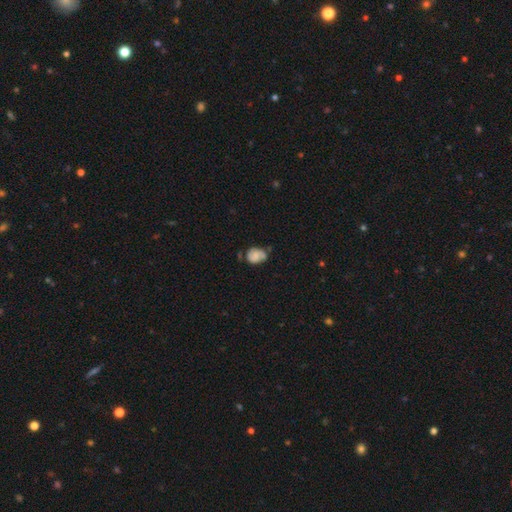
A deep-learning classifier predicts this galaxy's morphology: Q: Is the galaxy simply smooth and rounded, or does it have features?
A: smooth — 54%.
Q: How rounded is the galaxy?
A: in between — 60%.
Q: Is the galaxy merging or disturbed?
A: none — 47%.